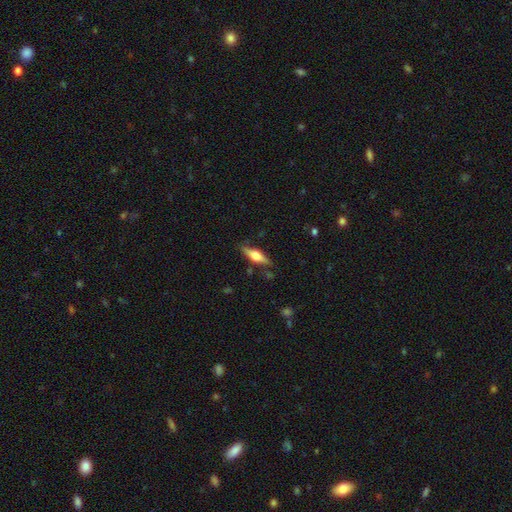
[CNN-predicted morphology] Smooth or featured? Predicted: featured or disk (p=0.57). Edge-on disk? Predicted: yes (p=0.94). Edge-on bulge? Predicted: rounded (p=0.90). Merging? Predicted: none (p=0.82).